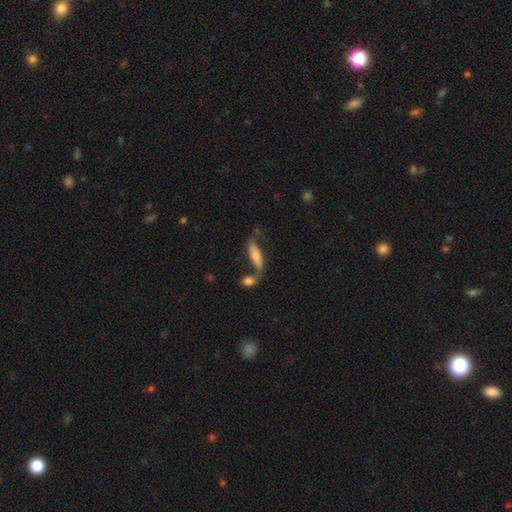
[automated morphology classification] This is likely a smooth galaxy (66%). How rounded: possibly in between (50%). Merging: marginally none (44%).